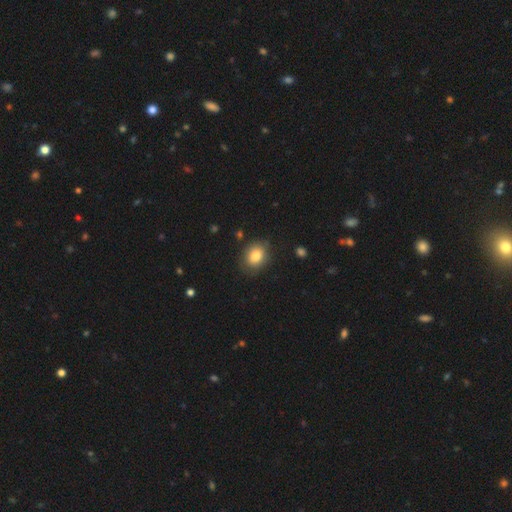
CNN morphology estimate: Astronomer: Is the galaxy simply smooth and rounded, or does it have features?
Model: smooth — 81%.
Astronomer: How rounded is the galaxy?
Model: in between — 56% (runner-up: round, 43%).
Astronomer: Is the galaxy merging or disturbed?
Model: none — 81%.